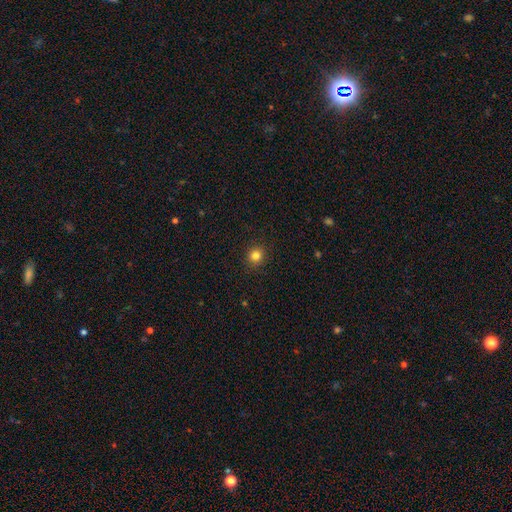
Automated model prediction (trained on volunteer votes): Smooth or featured? Predicted: smooth (p=0.83). How rounded? Predicted: round (p=0.89). Merging? Predicted: none (p=0.92).